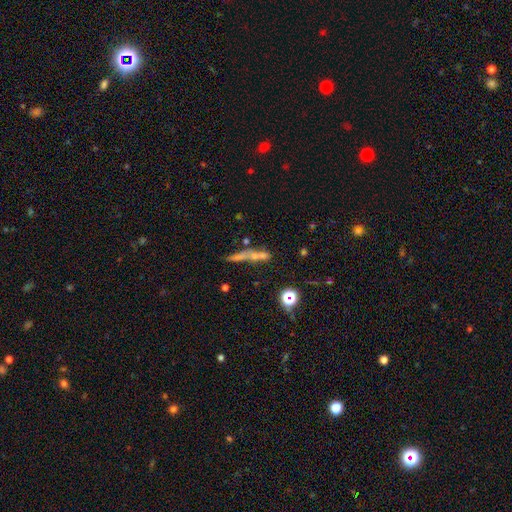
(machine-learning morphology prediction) A smooth galaxy with no disk features (45%). Merging: none (48%).